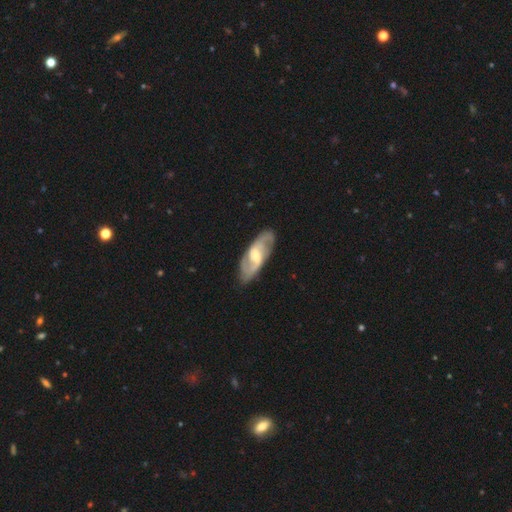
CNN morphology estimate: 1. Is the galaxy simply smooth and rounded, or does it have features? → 81% featured or disk, 15% smooth, 4% star or artifact.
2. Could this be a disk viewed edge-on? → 92% no, 8% yes.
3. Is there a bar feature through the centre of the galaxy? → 54% weak, 25% no, 21% strong.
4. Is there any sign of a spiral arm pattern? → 94% yes, 6% no.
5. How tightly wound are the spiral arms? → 51% medium, 25% loose, 24% tight.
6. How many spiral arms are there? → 84% 2, 8% can't tell, 4% 3, 2% 1, 1% 4, 1% more than 4.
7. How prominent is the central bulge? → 51% moderate, 35% small, 8% large, 5% none, 1% dominant.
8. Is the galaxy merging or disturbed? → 82% none, 13% minor disturbance, 4% major disturbance, 1% merger.